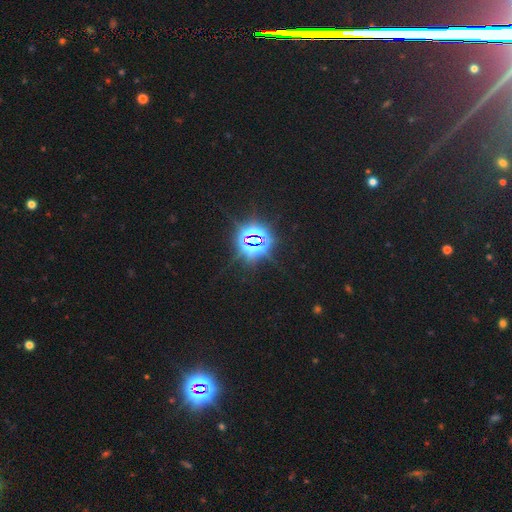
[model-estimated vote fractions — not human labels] star or artifact 83%, smooth 10%, featured or disk 7%.